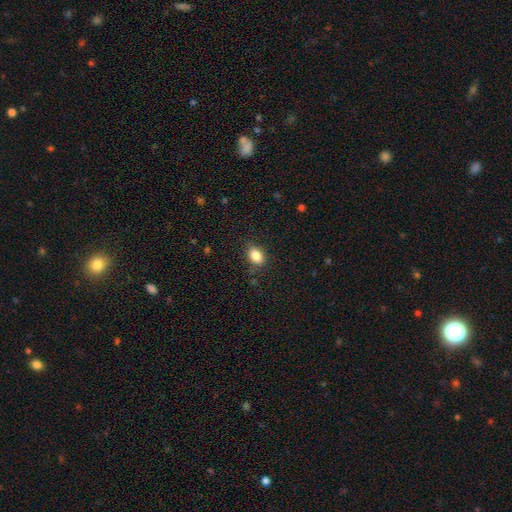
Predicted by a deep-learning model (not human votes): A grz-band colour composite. It shows a smooth galaxy with no disk features (85%) that is in between round and cigar-shaped (78%). Merging: none (82%).